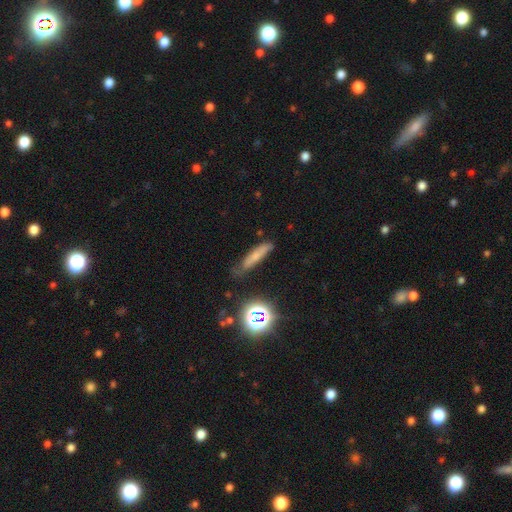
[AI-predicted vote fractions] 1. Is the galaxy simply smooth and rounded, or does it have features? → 57% smooth, 26% featured or disk, 18% star or artifact.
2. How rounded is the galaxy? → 80% cigar-shaped, 14% in between, 6% round.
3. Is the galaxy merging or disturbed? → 65% none, 25% minor disturbance, 7% major disturbance, 3% merger.